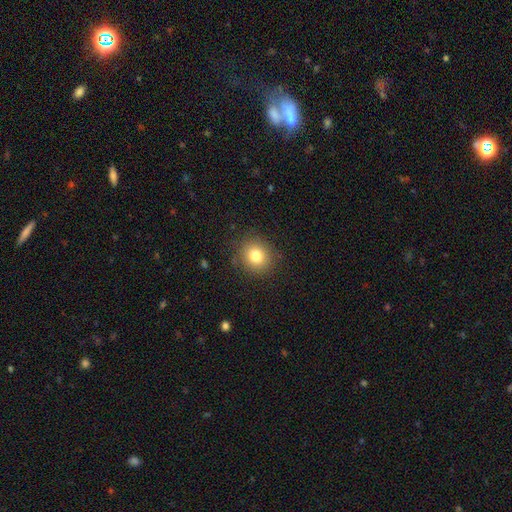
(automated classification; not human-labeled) smooth-or-featured: smooth: 80% | star or artifact: 11% | featured or disk: 8%
  how-rounded: round: 81% | in between: 18% | cigar-shaped: 1%
  merging: none: 87% | minor disturbance: 9% | major disturbance: 3% | merger: 1%